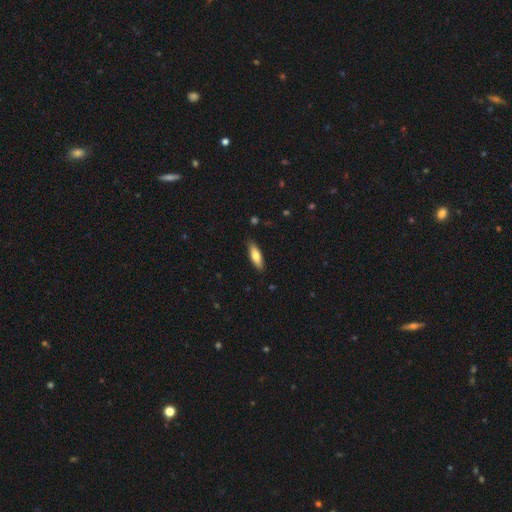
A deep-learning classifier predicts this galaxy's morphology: Overall: smooth (72%). How rounded: in between (52%; cigar-shaped 46%). Merging: none (87%).